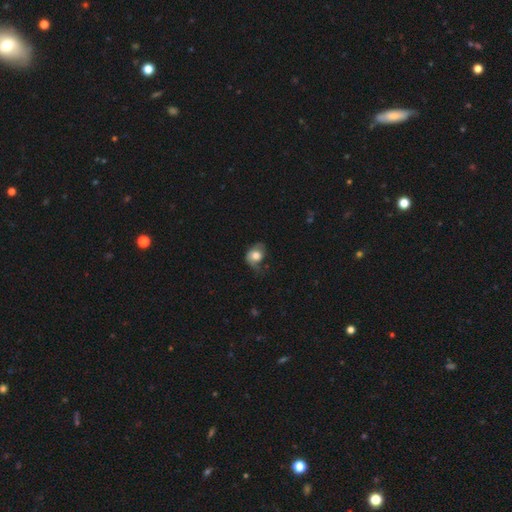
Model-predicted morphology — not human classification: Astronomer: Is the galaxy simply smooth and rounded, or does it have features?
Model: smooth — 63%.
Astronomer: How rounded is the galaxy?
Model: in between — 52% (runner-up: round, 47%).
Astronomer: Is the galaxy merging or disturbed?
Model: minor disturbance — 34% (runner-up: none, 33%).